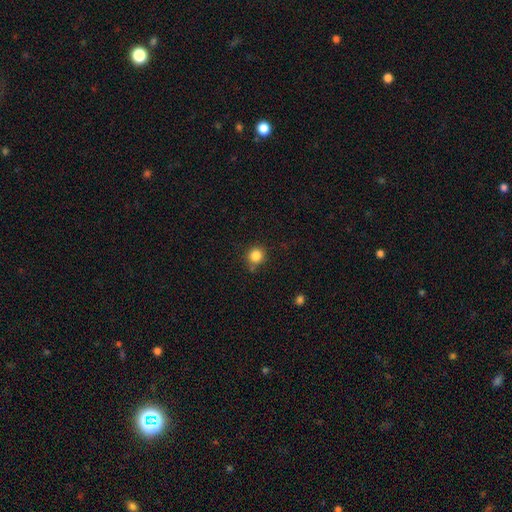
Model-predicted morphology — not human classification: smooth_or_featured: smooth (p=0.84) [alt: star or artifact p=0.11]
how_rounded: round (p=0.92) [alt: in between p=0.07]
merging: none (p=0.78) [alt: minor disturbance p=0.14]